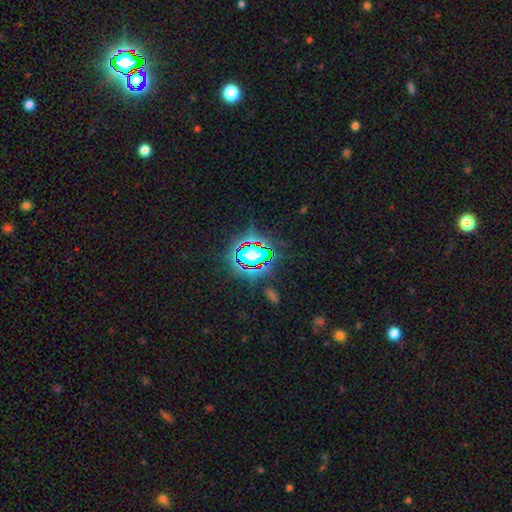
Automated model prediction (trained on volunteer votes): Smooth or featured? star or artifact (79%)